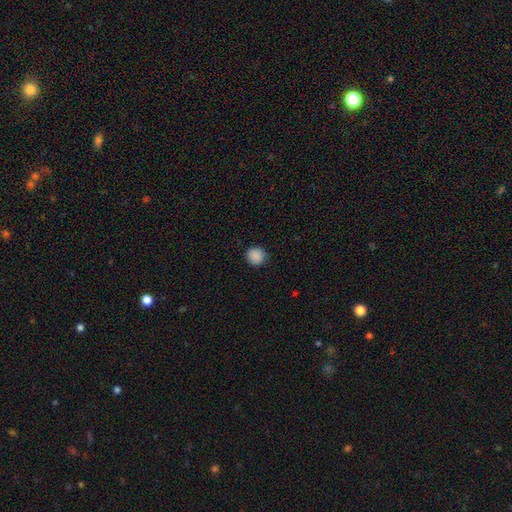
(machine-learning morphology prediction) Smooth or featured? Predicted: smooth (p=0.88). How rounded? Predicted: round (p=0.92). Merging? Predicted: none (p=0.88).